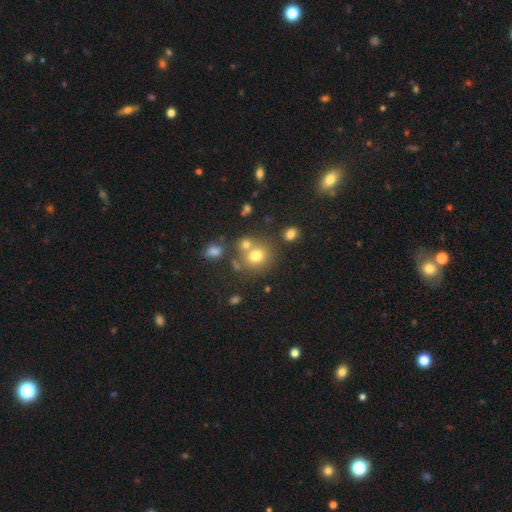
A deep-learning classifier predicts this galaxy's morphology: smooth-or-featured: smooth: 73% | star or artifact: 15% | featured or disk: 12%
  how-rounded: round: 82% | in between: 17% | cigar-shaped: 1%
  merging: none: 59% | merger: 26% | minor disturbance: 11% | major disturbance: 5%